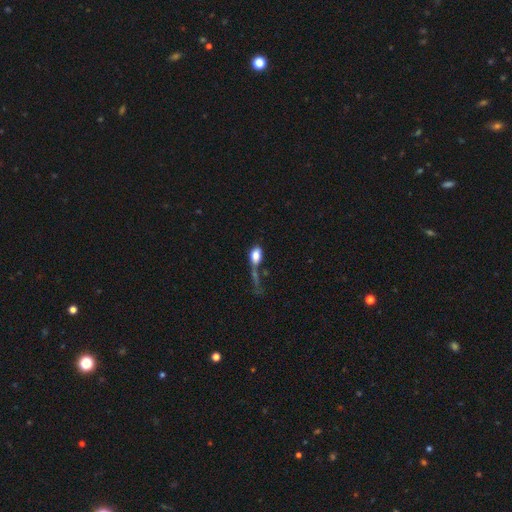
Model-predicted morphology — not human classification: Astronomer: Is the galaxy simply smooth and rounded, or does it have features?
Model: smooth — 77%.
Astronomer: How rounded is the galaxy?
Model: in between — 86%.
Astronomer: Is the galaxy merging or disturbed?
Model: major disturbance — 36% (runner-up: none, 25%).